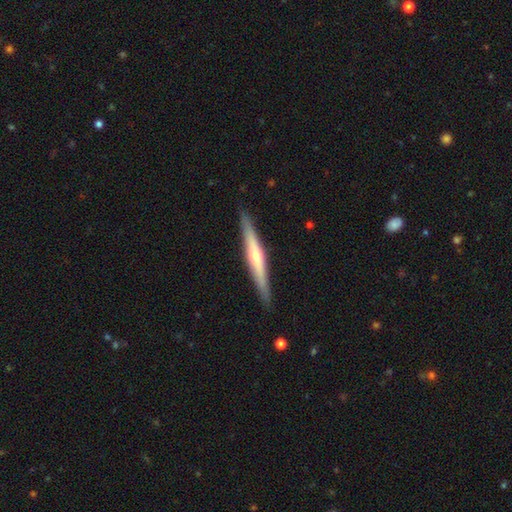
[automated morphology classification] Overall: featured or disk (68%). Edge-on disk: yes (97%). Edge-on bulge: rounded (86%). Merging: none (91%).